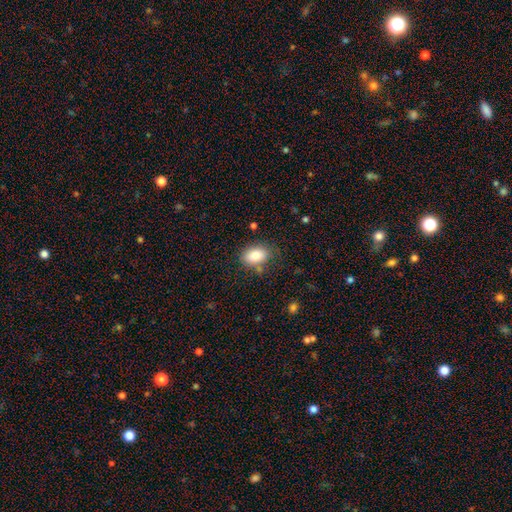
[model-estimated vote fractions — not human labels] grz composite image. It shows a smooth galaxy with no disk features (83%) that is in between round and cigar-shaped (84%). Merging: none (75%).